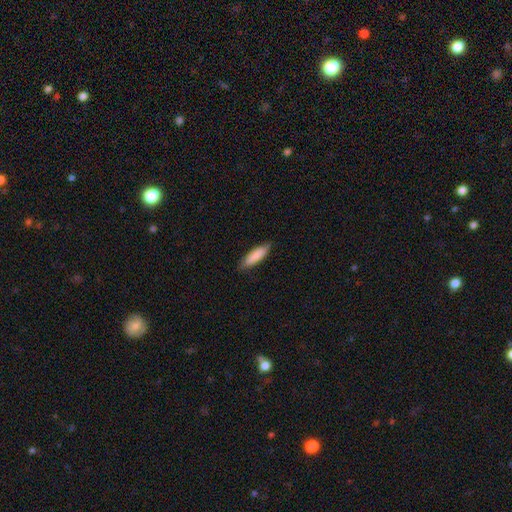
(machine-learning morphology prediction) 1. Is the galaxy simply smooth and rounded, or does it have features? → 85% smooth, 9% featured or disk, 5% star or artifact.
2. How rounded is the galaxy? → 64% cigar-shaped, 35% in between, 1% round.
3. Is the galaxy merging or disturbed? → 85% none, 12% minor disturbance, 2% major disturbance, 1% merger.